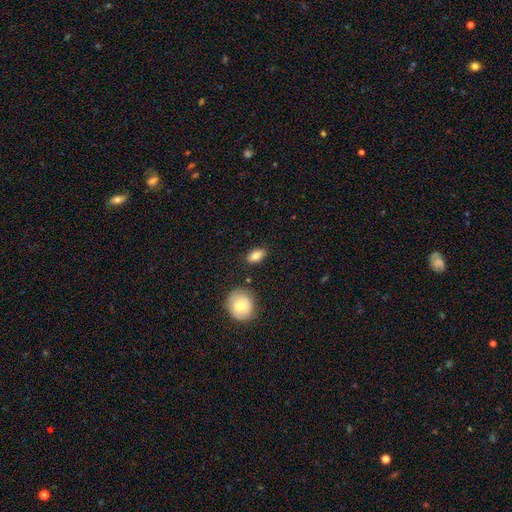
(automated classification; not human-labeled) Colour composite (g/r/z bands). It shows a smooth galaxy with no disk features (83%) that is in between round and cigar-shaped (87%). Merging: none (82%).